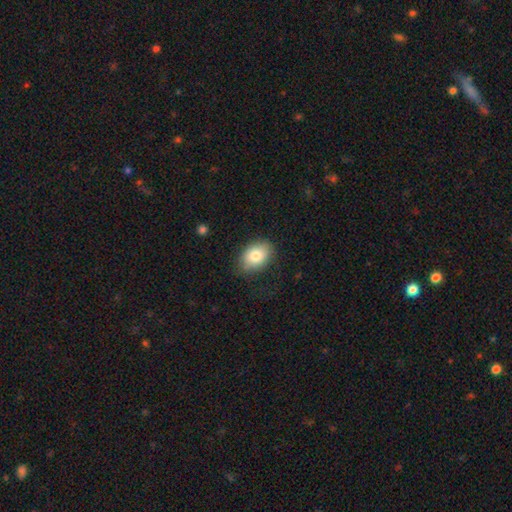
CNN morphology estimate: The model was most divided on "merging": none: 75%, minor disturbance: 19%, major disturbance: 5%, merger: 1%. More confident: smooth or featured — smooth (82%); how rounded — in between (79%).